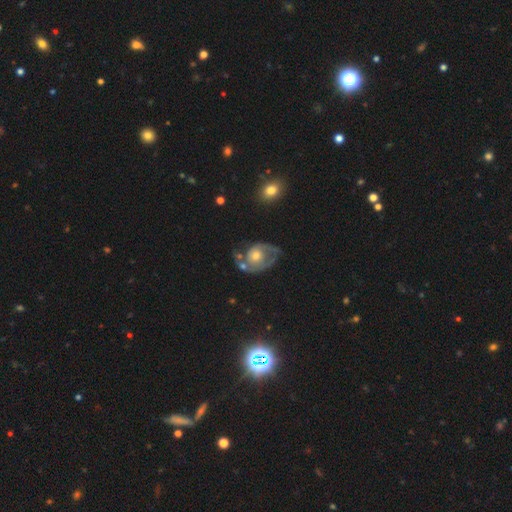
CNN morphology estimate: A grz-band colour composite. It shows a featured or disk galaxy (73%) with no bar (79%), 2 (53%) tight (43%) spiral arms (80%) and a moderate central bulge (62%). Merging: none (46%).